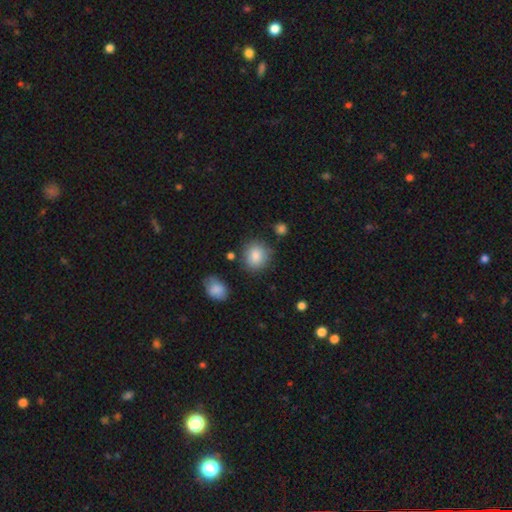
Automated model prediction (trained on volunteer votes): Overall: smooth (86%). How rounded: round (78%). Merging: none (81%).